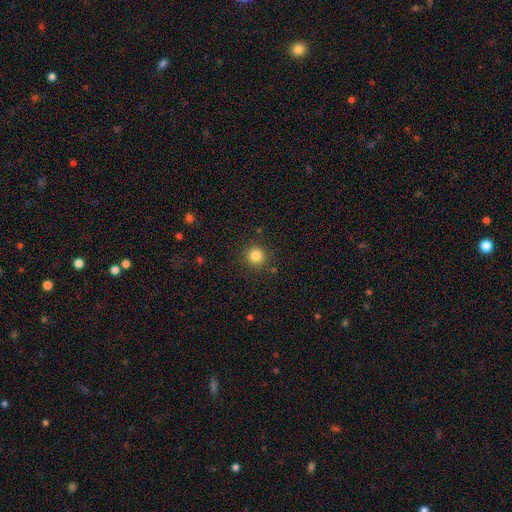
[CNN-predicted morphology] Smooth or featured? Predicted: smooth (p=0.83). How rounded? Predicted: round (p=0.94). Merging? Predicted: none (p=0.89).